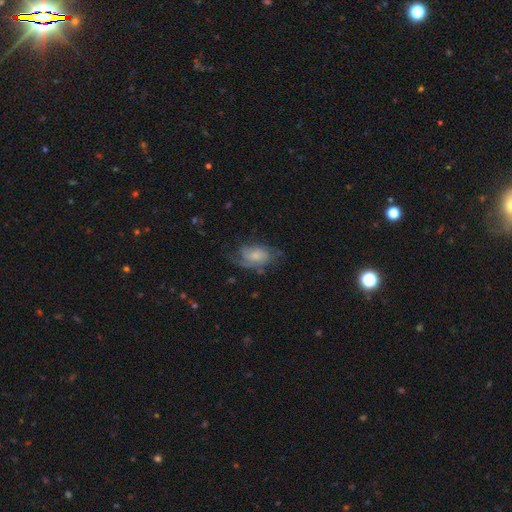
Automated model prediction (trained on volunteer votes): A featured or disk galaxy (55%) with no bar (72%), spiral arms (82%) and a small central bulge (42%). Merging: none (48%).